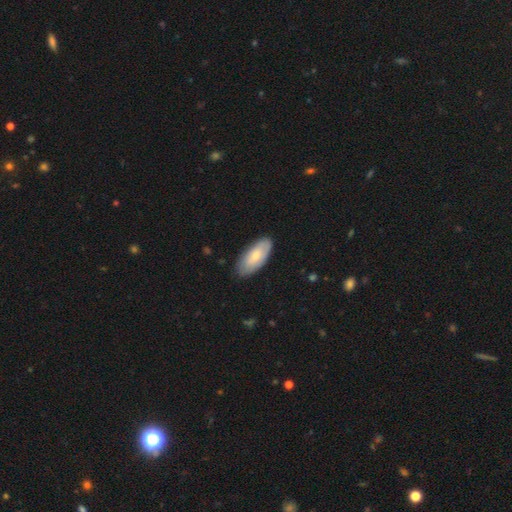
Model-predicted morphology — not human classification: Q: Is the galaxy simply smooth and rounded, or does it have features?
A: smooth — 70%.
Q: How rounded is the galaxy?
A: in between — 88%.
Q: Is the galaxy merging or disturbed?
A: none — 83%.